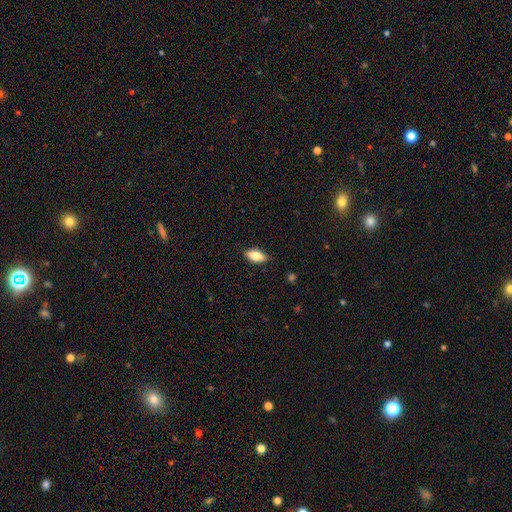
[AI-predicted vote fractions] Smooth or featured?
  - smooth: 78% *
  - featured or disk: 15%
  - star or artifact: 7%
How rounded?
  - in between: 88% *
  - cigar-shaped: 8%
  - round: 3%
Merging?
  - none: 86% *
  - minor disturbance: 11%
  - major disturbance: 2%
  - merger: 1%